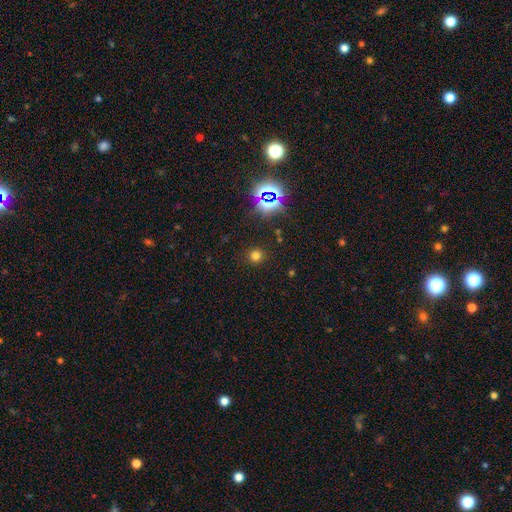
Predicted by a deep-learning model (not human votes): Morphology: type=smooth (70%); roundness=round (90%); merging=none (89%).